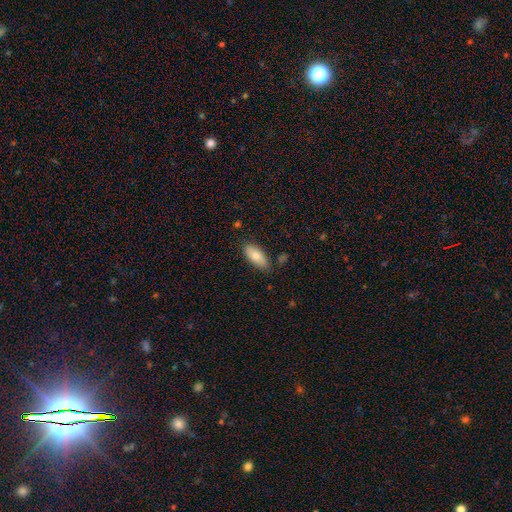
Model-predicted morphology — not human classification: A smooth galaxy with no disk features (76%) that is in between round and cigar-shaped (87%).

Vote fractions:
- Smooth or featured? smooth: 76% / featured or disk: 18% / star or artifact: 7%
- How rounded? in between: 87% / cigar-shaped: 10% / round: 2%
- Merging? none: 82% / minor disturbance: 14% / major disturbance: 2% / merger: 2%